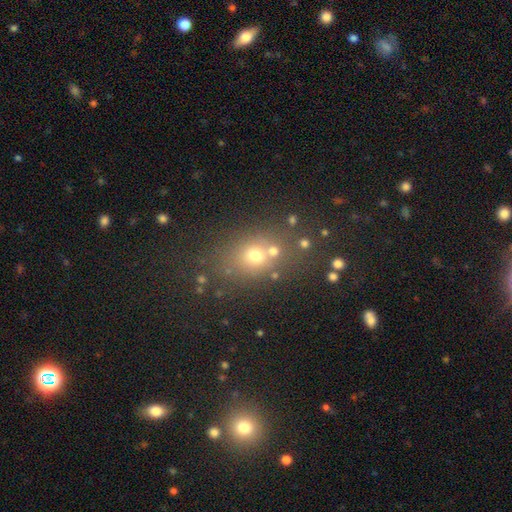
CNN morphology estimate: A smooth galaxy with no disk features (61%) that is round (56%). Merging: none (64%).